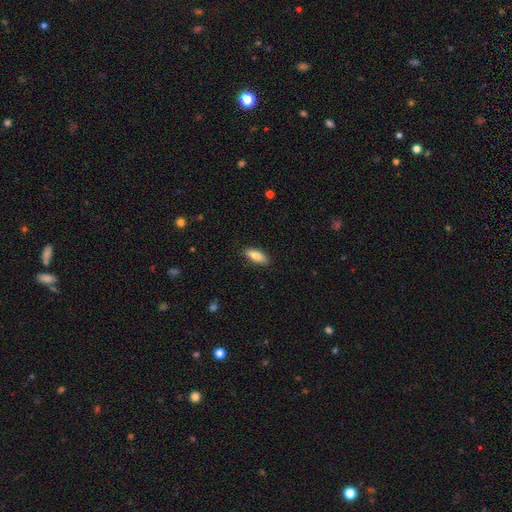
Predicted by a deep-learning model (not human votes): smooth_or_featured: smooth (p=0.78) [alt: featured or disk p=0.16]
how_rounded: in between (p=0.62) [alt: cigar-shaped p=0.36]
merging: none (p=0.88) [alt: minor disturbance p=0.09]